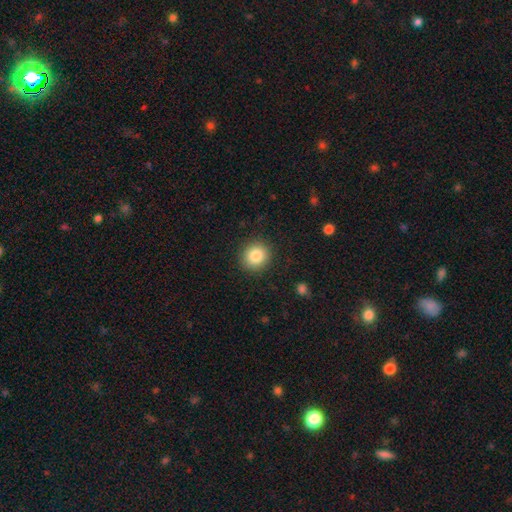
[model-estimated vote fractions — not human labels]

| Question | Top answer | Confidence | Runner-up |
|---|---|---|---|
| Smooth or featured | smooth | 84% | star or artifact (9%) |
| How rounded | round | 87% | in between (12%) |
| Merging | none | 90% | minor disturbance (7%) |